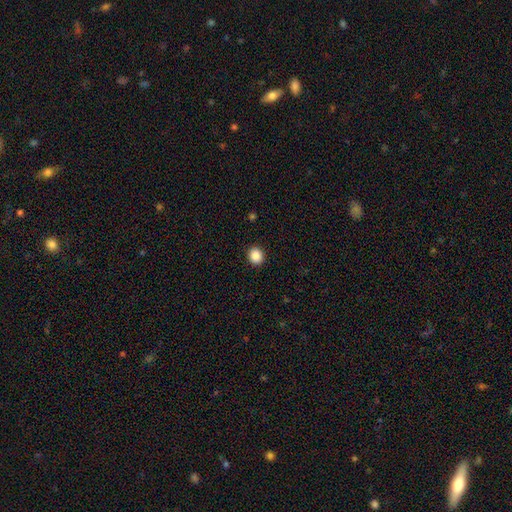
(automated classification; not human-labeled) smooth 88%, star or artifact 9%, featured or disk 3%. Down the decision tree: how rounded — round (78%); merging — none (92%).